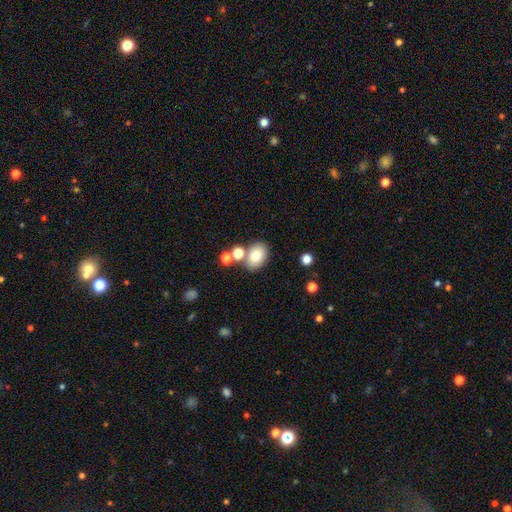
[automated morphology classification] The model was most divided on "how rounded": in between: 72%, round: 27%, cigar-shaped: 1%. More confident: smooth or featured — smooth (78%); merging — none (69%).